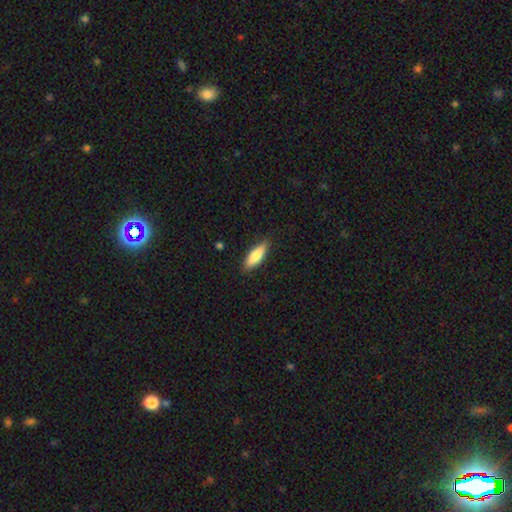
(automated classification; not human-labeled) Smooth or featured? smooth (81%)
How rounded? in between (57%)
Merging? none (84%)